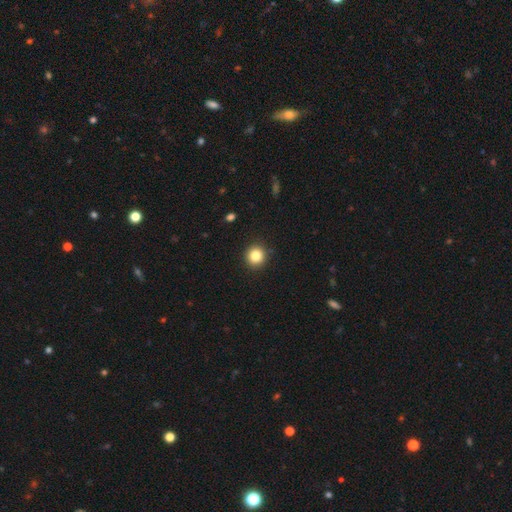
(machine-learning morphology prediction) Q: Smooth or featured?
A: smooth (83%); runner-up: star or artifact (11%)
Q: How rounded?
A: round (93%); runner-up: in between (6%)
Q: Merging?
A: none (92%); runner-up: minor disturbance (5%)